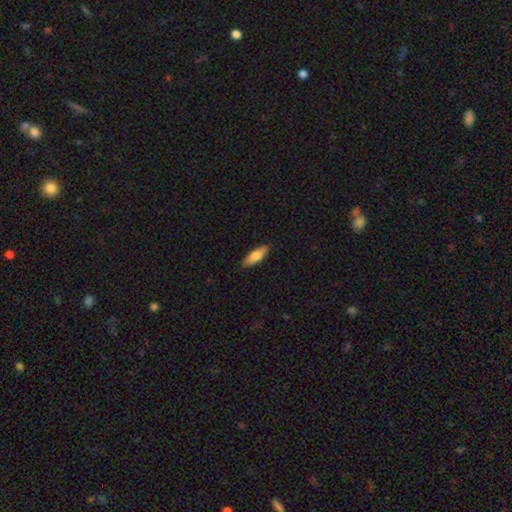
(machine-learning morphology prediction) This appears to be a smooth galaxy with no disk features (77%) that is in between round and cigar-shaped (56%). Merging: none (89%).